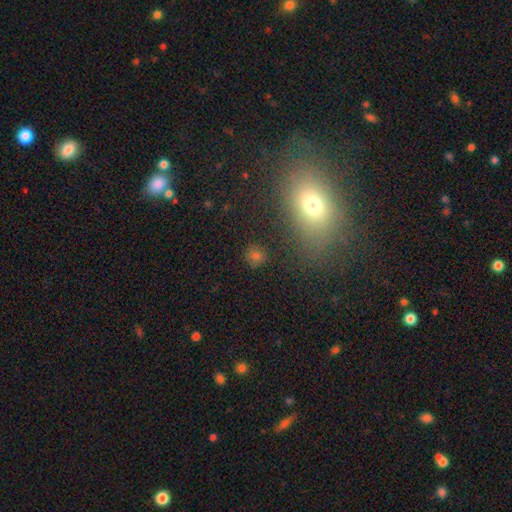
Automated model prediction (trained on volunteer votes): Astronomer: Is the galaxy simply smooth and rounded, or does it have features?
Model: smooth — 68%.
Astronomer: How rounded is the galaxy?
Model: round — 82%.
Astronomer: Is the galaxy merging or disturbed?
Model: none — 83%.